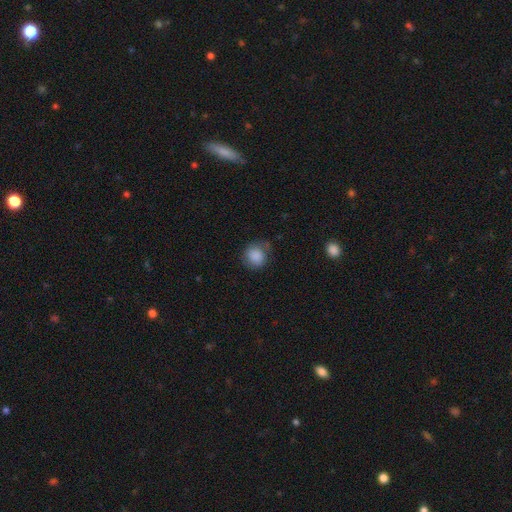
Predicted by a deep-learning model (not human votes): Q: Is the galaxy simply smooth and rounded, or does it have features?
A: smooth — 87%.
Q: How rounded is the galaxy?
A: round — 78%.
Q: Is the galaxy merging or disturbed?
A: none — 67%.